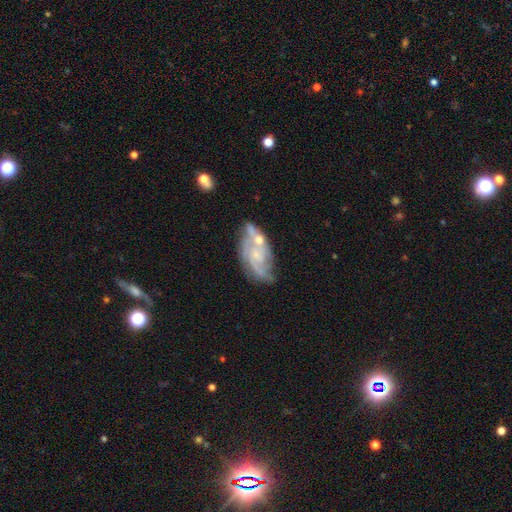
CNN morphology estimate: This is likely a featured or disk galaxy (79%). It is clearly not viewed edge-on (96%). Bar: likely no (64%). Spiral arm pattern: clearly yes (89%). Spiral arm count: marginally 2 (41%). Spiral winding: marginally tight (43%). Central bulge: likely small (61%). Merging: possibly none (45%).